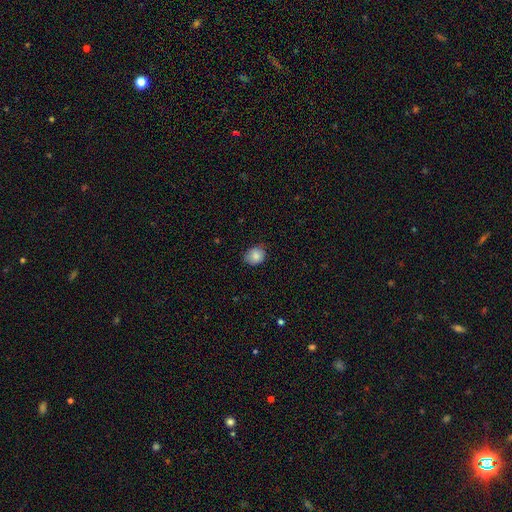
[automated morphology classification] This appears to be a smooth galaxy with no disk features (85%) that is round (58%). Merging: none (76%).